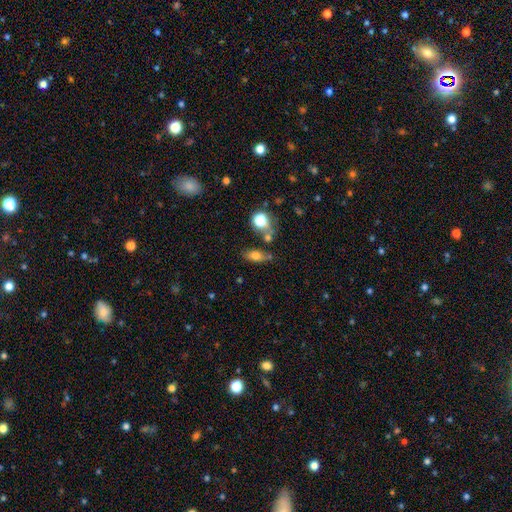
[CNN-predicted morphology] This appears to be a smooth galaxy with no disk features (71%) that is in between round and cigar-shaped (76%). Merging: none (60%).